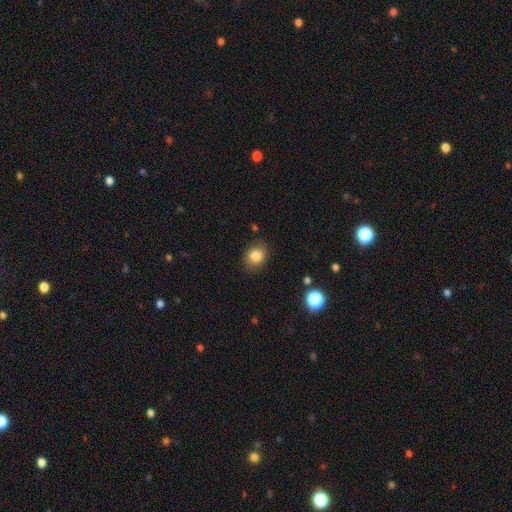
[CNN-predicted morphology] Q: Smooth or featured?
A: smooth (83%); runner-up: star or artifact (10%)
Q: How rounded?
A: round (59%); runner-up: in between (40%)
Q: Merging?
A: none (82%); runner-up: minor disturbance (13%)